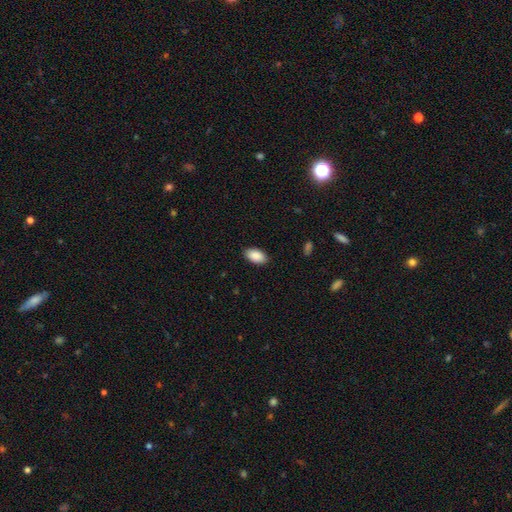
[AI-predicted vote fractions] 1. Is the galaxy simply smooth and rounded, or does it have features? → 90% smooth, 7% star or artifact, 4% featured or disk.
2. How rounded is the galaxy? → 95% in between, 3% round, 2% cigar-shaped.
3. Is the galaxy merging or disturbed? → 88% none, 9% minor disturbance, 2% major disturbance, 1% merger.